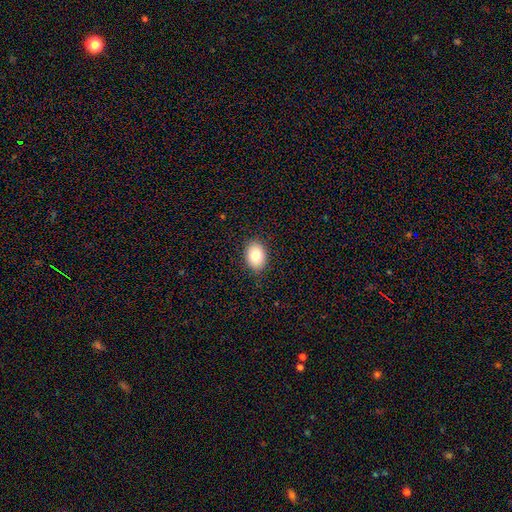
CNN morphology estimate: This is clearly a smooth galaxy (82%). How rounded: likely in between (77%). Merging: clearly none (88%).